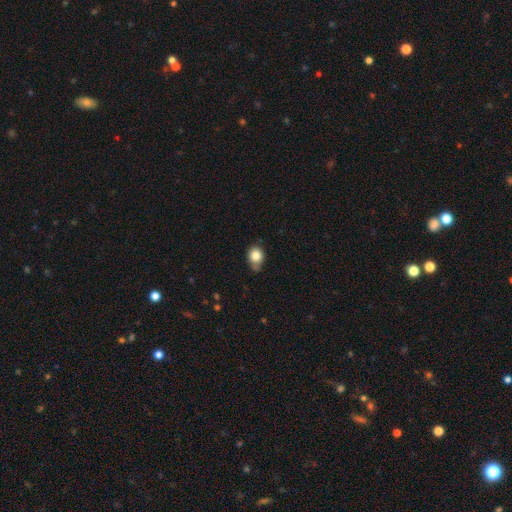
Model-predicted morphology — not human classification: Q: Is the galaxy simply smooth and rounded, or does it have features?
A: smooth — 84%.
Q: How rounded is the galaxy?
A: round — 60%.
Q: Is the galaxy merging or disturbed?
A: none — 54%.